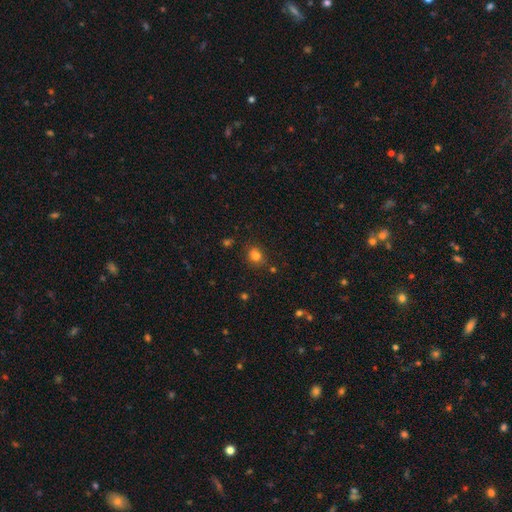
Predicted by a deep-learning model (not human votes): This is likely a smooth galaxy (79%). How rounded: likely round (63%). Merging: likely none (78%).